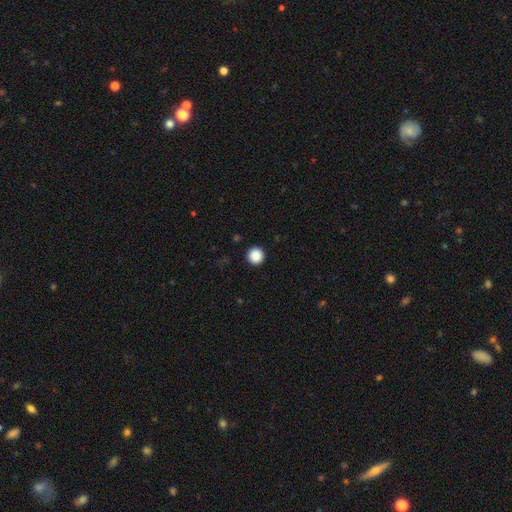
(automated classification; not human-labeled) Morphology: type=smooth (89%); roundness=round (96%); merging=none (93%).